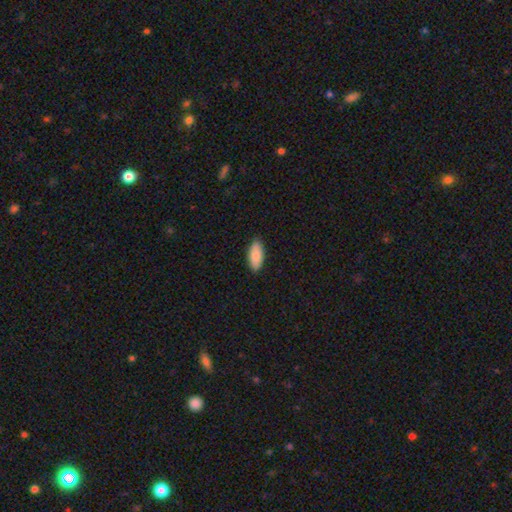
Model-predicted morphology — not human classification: A smooth galaxy with no disk features (87%) that is in between round and cigar-shaped (87%). Merging: none (89%).